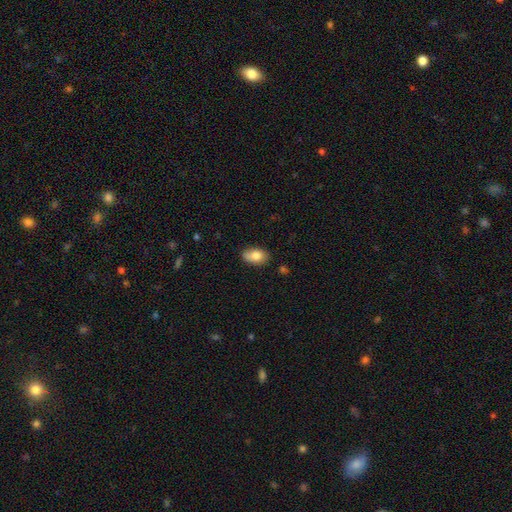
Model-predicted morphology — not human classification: This is likely a smooth galaxy (80%). How rounded: clearly in between (87%). Merging: likely none (75%).